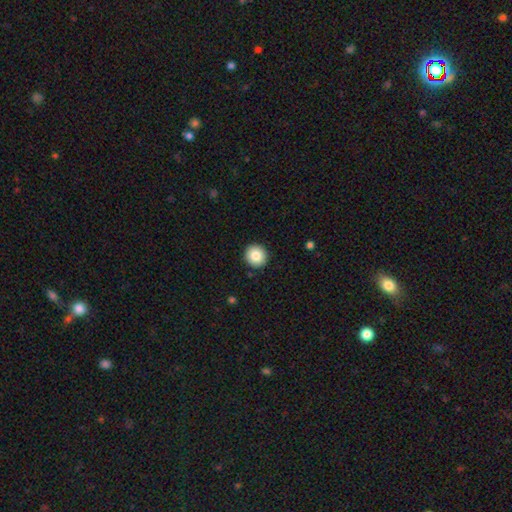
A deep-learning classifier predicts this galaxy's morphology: Smooth or featured? smooth (85%)
How rounded? round (93%)
Merging? none (92%)